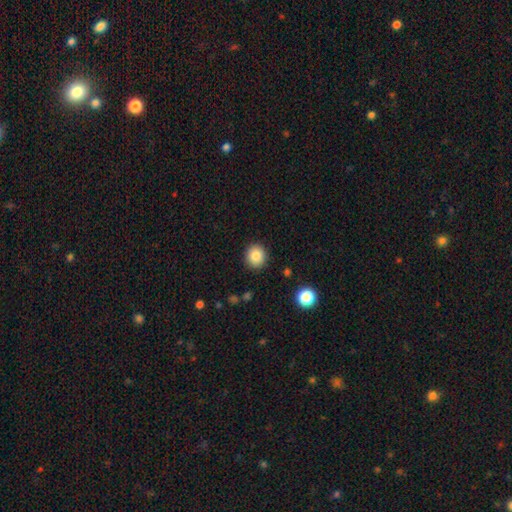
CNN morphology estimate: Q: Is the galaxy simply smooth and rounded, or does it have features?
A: smooth — 85%.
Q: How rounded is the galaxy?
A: round — 88%.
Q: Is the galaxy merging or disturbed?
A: none — 91%.